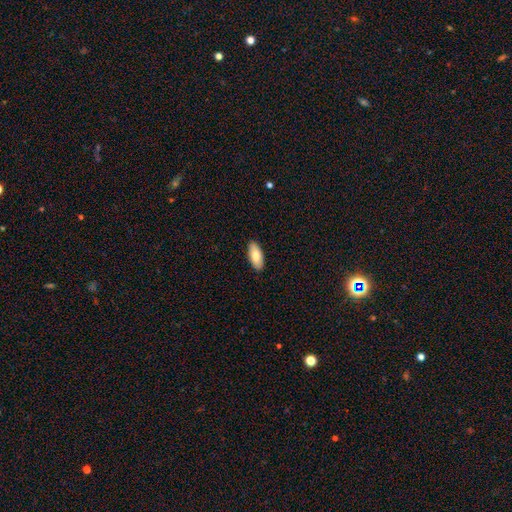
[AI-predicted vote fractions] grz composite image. It shows a smooth galaxy with no disk features (79%) that is in between round and cigar-shaped (88%). Merging: none (90%).